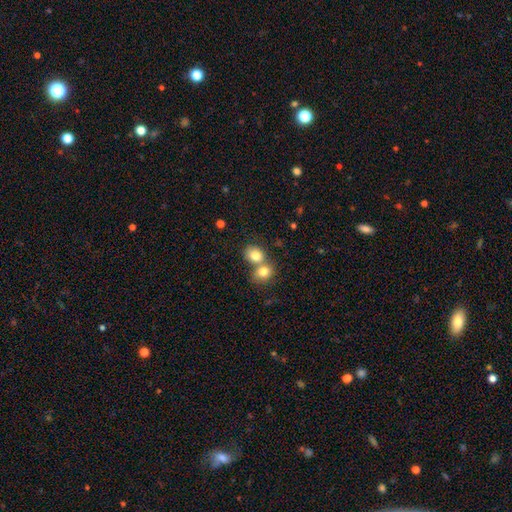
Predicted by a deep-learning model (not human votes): Smooth or featured?
  - smooth: 79% *
  - featured or disk: 11%
  - star or artifact: 10%
How rounded?
  - round: 58% *
  - in between: 41%
  - cigar-shaped: 1%
Merging?
  - merger: 60% *
  - none: 31%
  - minor disturbance: 6%
  - major disturbance: 3%